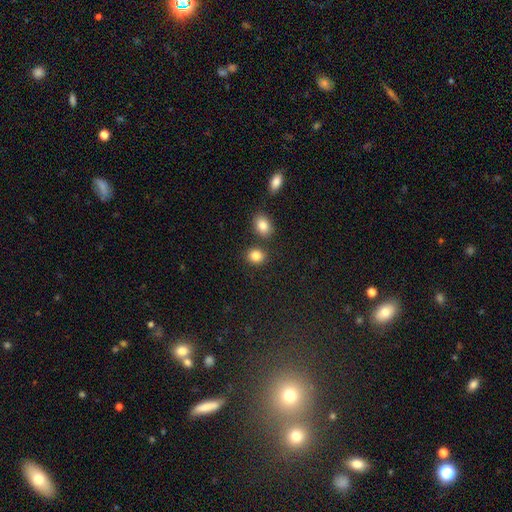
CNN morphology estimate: Smooth or featured? Predicted: smooth (p=0.84). How rounded? Predicted: round (p=0.65). Merging? Predicted: none (p=0.77).